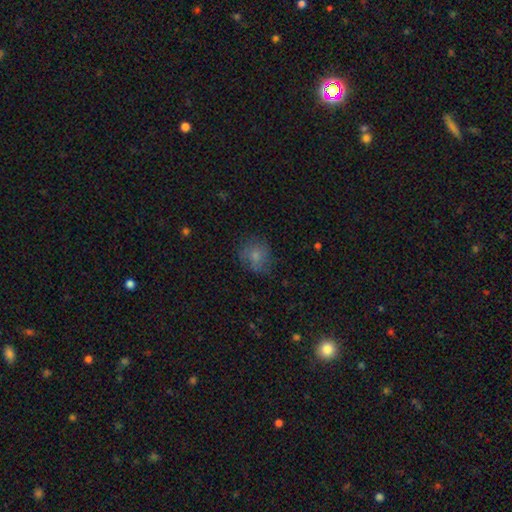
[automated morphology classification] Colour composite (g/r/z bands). It shows a smooth galaxy with no disk features (74%) that is round (79%). Merging: none (69%).